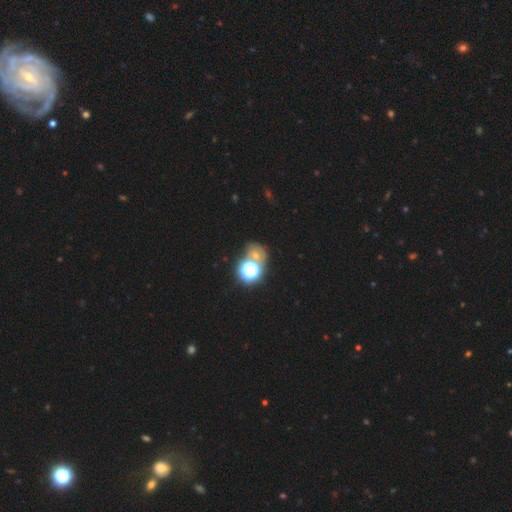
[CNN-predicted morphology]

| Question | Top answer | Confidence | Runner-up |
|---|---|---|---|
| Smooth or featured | star or artifact | 53% | smooth (34%) |